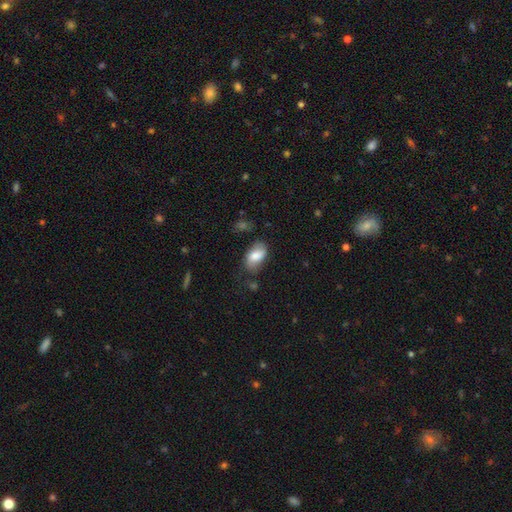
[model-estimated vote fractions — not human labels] Overall: smooth (71%). How rounded: in between (91%). Merging: none (57%; minor disturbance 28%).